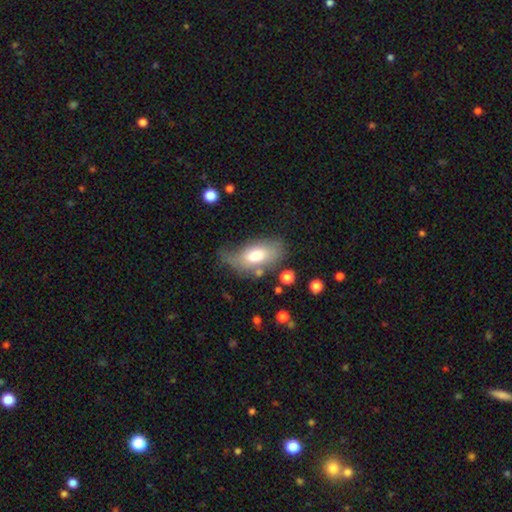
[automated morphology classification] Smooth or featured?
  - smooth: 71% *
  - featured or disk: 22%
  - star or artifact: 7%
How rounded?
  - in between: 91% *
  - cigar-shaped: 5%
  - round: 4%
Merging?
  - none: 44% *
  - minor disturbance: 32%
  - major disturbance: 17%
  - merger: 7%